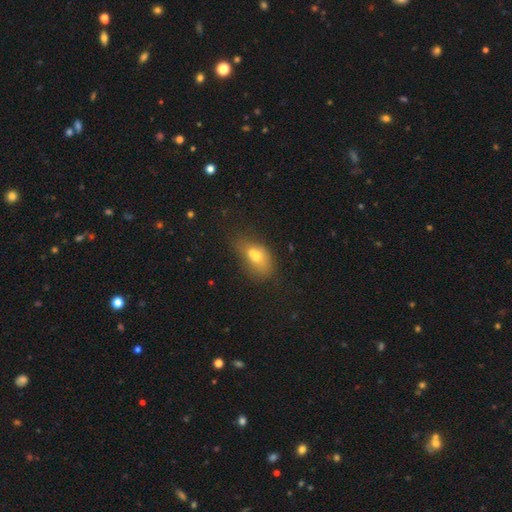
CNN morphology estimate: This appears to be a smooth galaxy with no disk features (65%) that is in between round and cigar-shaped (77%). Merging: merger (50%).